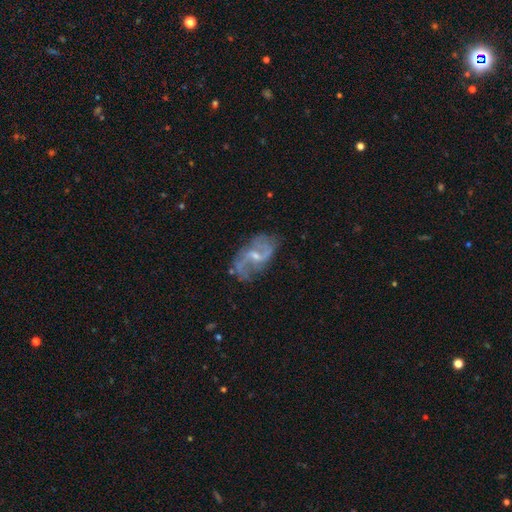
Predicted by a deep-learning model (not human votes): Smooth or featured? featured or disk (81%)
Edge-on disk? no (96%)
Bar? weak (58%)
Spiral arms? yes (90%)
Spiral winding? loose (62%)
Spiral arm count? 2 (77%)
Bulge size? small (56%)
Merging? none (62%)